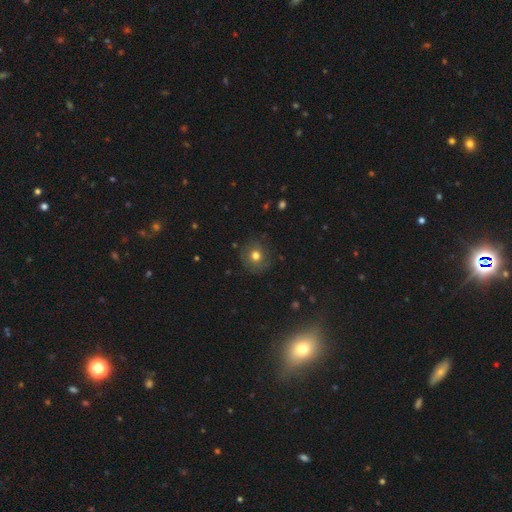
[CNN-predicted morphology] A smooth galaxy with no disk features (71%) that is round (88%). Merging: none (82%).